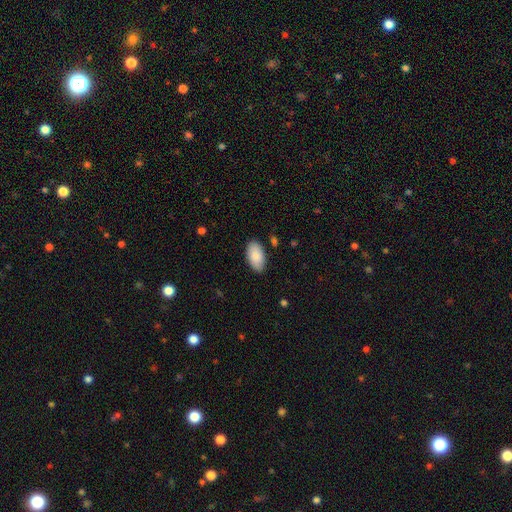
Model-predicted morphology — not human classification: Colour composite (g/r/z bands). It shows a smooth galaxy with no disk features (86%) that is in between round and cigar-shaped (95%). Merging: none (84%).